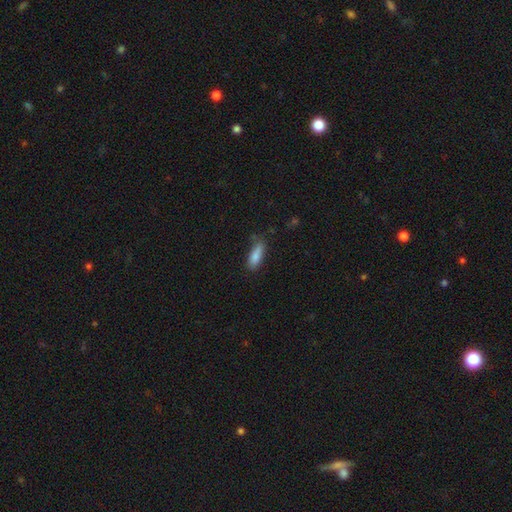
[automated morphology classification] This appears to be a smooth galaxy with no disk features (85%) that is in between round and cigar-shaped (63%). Merging: none (67%).